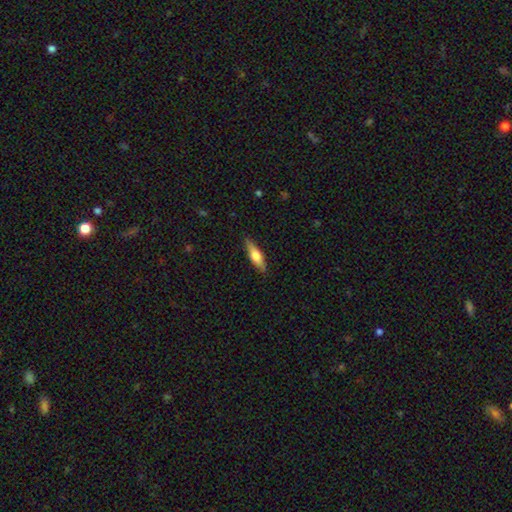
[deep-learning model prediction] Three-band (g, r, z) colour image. It shows a smooth galaxy with no disk features (61%) that is cigar-shaped (59%). Merging: none (87%).